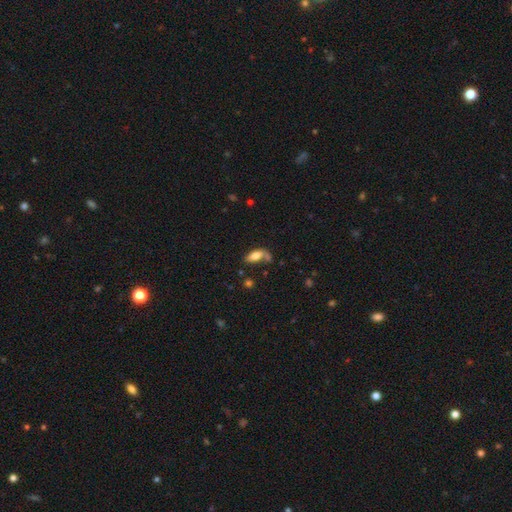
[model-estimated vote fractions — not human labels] This appears to be a smooth galaxy with no disk features (72%) that is in between round and cigar-shaped (78%). Merging: none (47%).